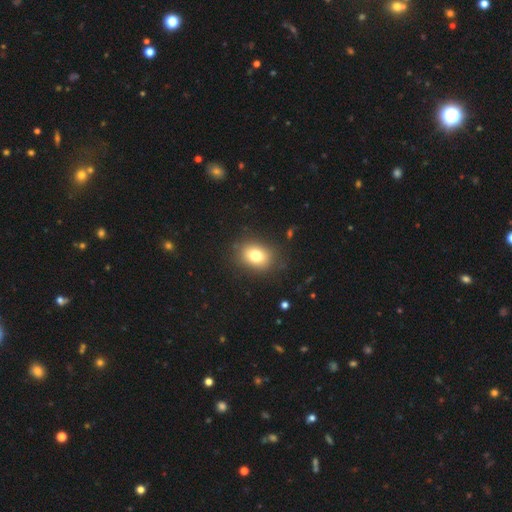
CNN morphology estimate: The model was most divided on "how rounded": in between: 59%, round: 40%, cigar-shaped: 1%. More confident: merging — none (84%); smooth or featured — smooth (77%).